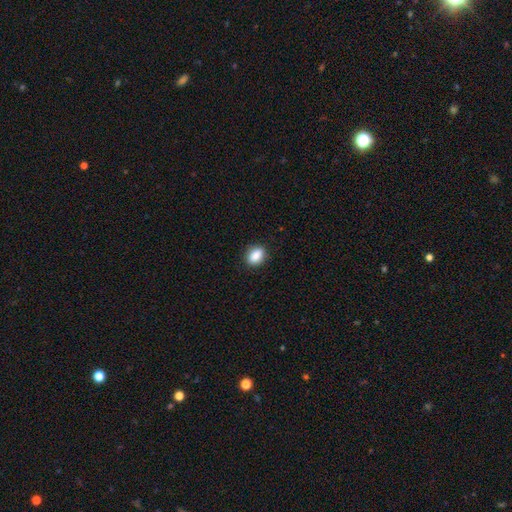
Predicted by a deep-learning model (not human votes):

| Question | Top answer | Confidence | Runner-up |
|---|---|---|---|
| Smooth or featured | smooth | 88% | star or artifact (8%) |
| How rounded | in between | 75% | round (24%) |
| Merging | none | 87% | minor disturbance (10%) |